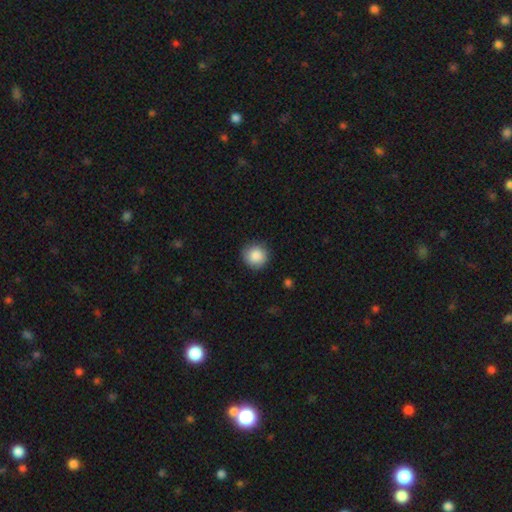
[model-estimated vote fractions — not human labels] Overall: smooth (87%). How rounded: round (93%). Merging: none (87%).